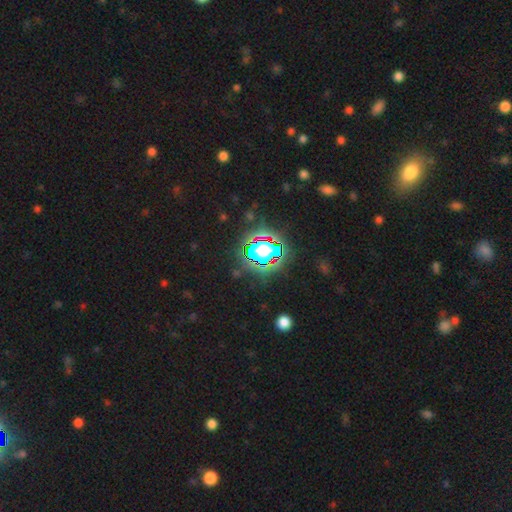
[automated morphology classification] Smooth or featured? star or artifact (80%)